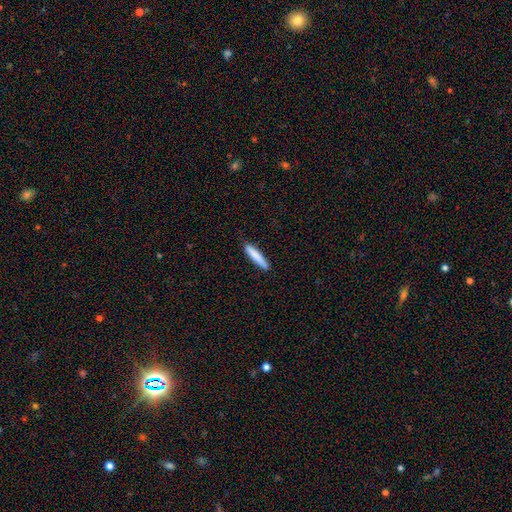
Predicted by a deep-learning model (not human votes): Smooth or featured? smooth (83%)
How rounded? cigar-shaped (91%)
Merging? none (88%)